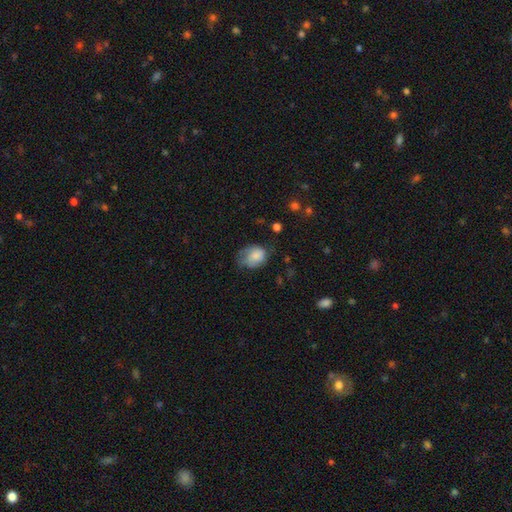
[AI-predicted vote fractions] A smooth galaxy with no disk features (76%) that is in between round and cigar-shaped (55%).

Vote fractions:
- Smooth or featured? smooth: 76% / featured or disk: 17% / star or artifact: 8%
- How rounded? in between: 55% / round: 44% / cigar-shaped: 1%
- Merging? none: 38% (tied) / minor disturbance: 38% (tied) / major disturbance: 22% / merger: 2%